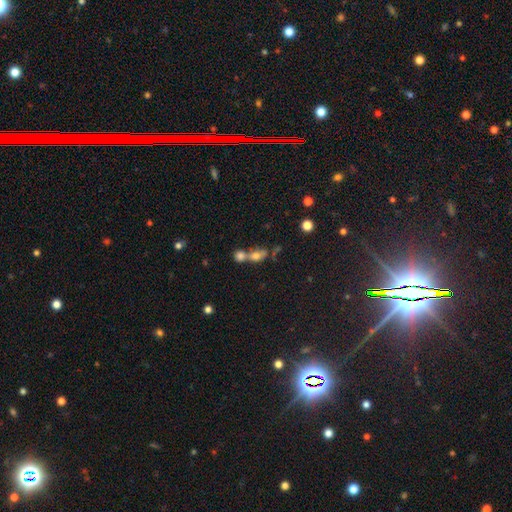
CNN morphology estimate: This appears to be a smooth galaxy with no disk features (68%) that is in between round and cigar-shaped (58%). Merging: merger (59%).